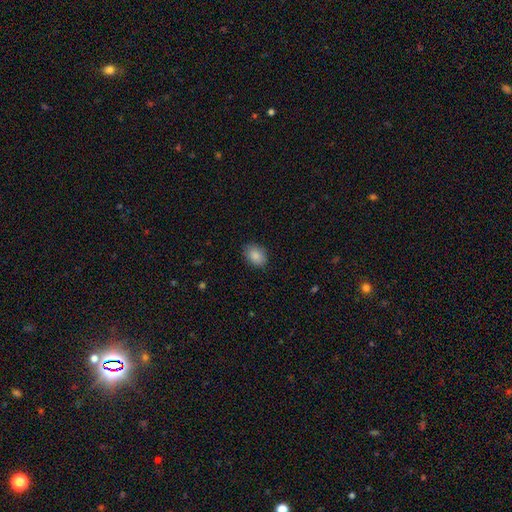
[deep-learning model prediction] Smooth or featured?
  - smooth: 87% *
  - star or artifact: 8%
  - featured or disk: 5%
How rounded?
  - in between: 76% *
  - round: 23%
  - cigar-shaped: 1%
Merging?
  - none: 86% *
  - minor disturbance: 11%
  - major disturbance: 2%
  - merger: 1%